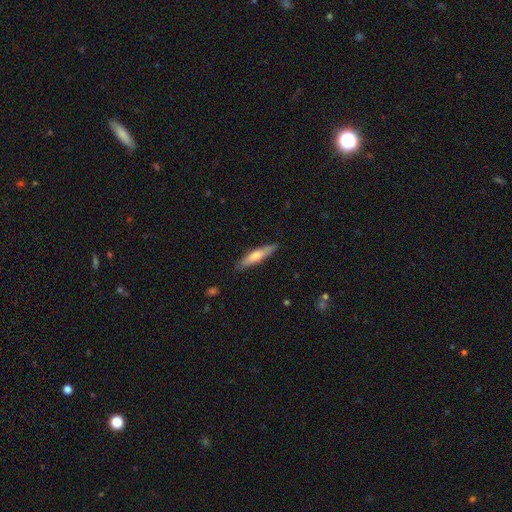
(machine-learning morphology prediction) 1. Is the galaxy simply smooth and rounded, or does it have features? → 56% smooth, 38% featured or disk, 6% star or artifact.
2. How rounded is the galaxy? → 83% cigar-shaped, 16% in between, 2% round.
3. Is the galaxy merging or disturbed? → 88% none, 10% minor disturbance, 2% major disturbance, 1% merger.